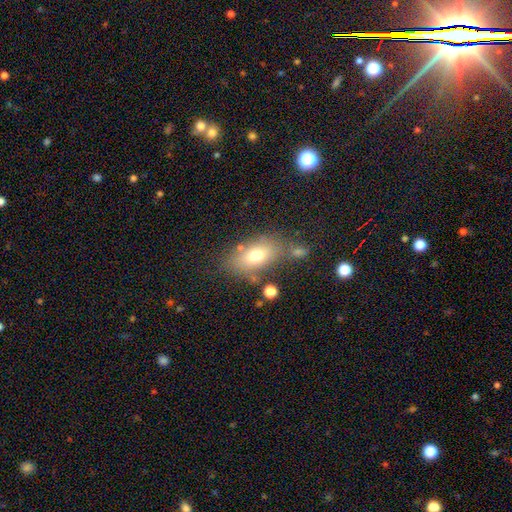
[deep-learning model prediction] Overall: smooth (71%). How rounded: in between (86%). Merging: none (66%).